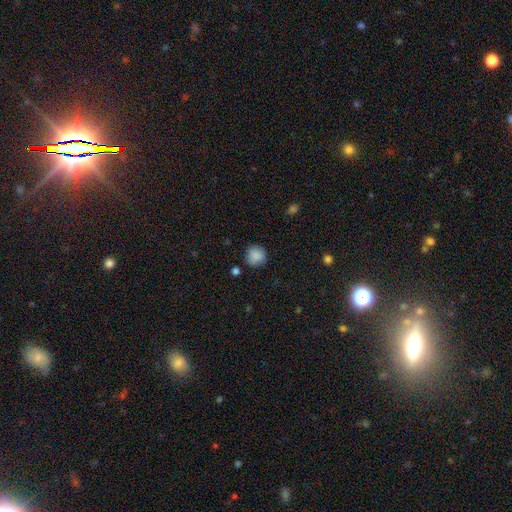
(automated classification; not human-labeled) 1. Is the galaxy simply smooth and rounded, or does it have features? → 87% smooth, 9% star or artifact, 5% featured or disk.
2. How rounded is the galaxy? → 90% round, 9% in between, 1% cigar-shaped.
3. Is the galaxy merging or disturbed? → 80% none, 14% minor disturbance, 3% major disturbance, 3% merger.